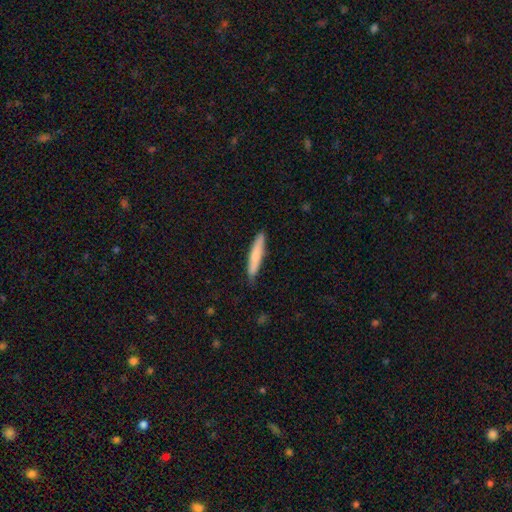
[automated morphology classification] smooth 69%, featured or disk 26%, star or artifact 5%. Down the decision tree: how rounded — cigar-shaped (91%); merging — none (85%).